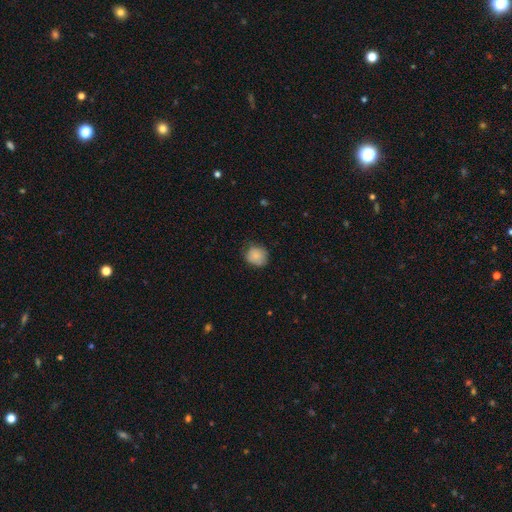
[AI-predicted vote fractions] A smooth galaxy with no disk features (85%) that is round (77%). Merging: none (69%).